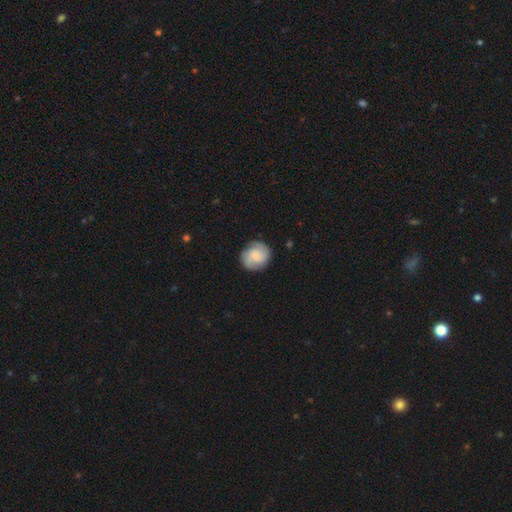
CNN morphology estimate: Q: Smooth or featured?
A: featured or disk (49%); runner-up: smooth (44%)
Q: Merging?
A: none (83%); runner-up: minor disturbance (12%)